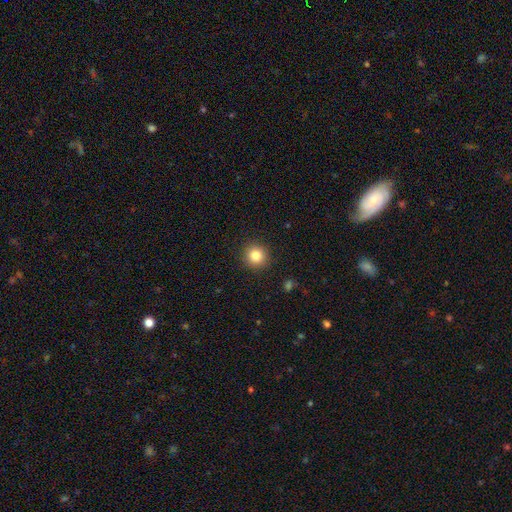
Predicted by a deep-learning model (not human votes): Smooth or featured: smooth — 83% (star or artifact — 11%)
How rounded: round — 92% (in between — 7%)
Merging: none — 91% (minor disturbance — 6%)